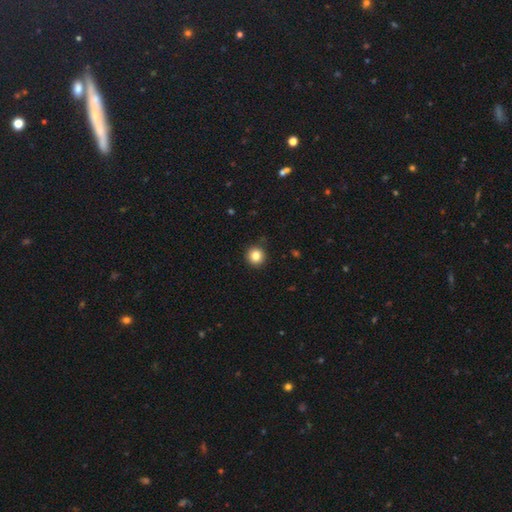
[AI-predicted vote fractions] smooth-or-featured: smooth: 83% | star or artifact: 11% | featured or disk: 6%
  how-rounded: round: 94% | in between: 5% | cigar-shaped: 1%
  merging: none: 90% | minor disturbance: 7% | major disturbance: 2% | merger: 1%